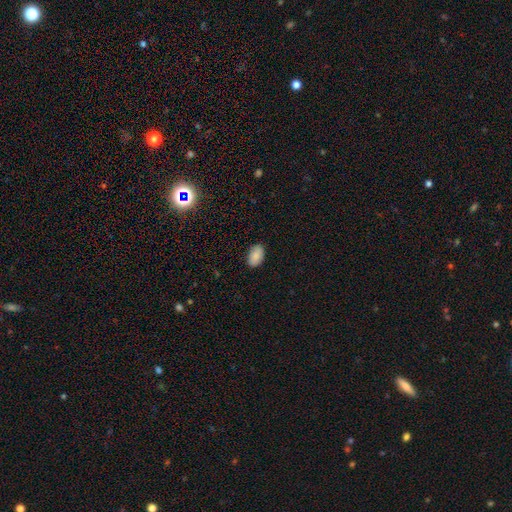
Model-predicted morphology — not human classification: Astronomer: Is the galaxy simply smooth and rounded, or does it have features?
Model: smooth — 88%.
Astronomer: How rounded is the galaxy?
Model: in between — 92%.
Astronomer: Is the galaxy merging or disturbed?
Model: none — 87%.